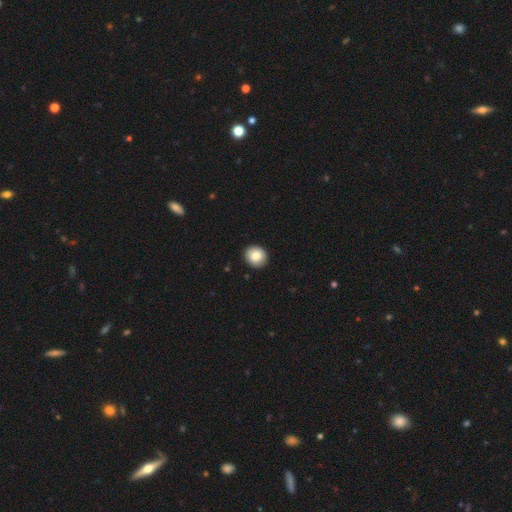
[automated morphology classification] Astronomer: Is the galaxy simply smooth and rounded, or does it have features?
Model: smooth — 83%.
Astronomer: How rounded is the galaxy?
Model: round — 83%.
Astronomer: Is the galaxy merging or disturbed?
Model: none — 92%.